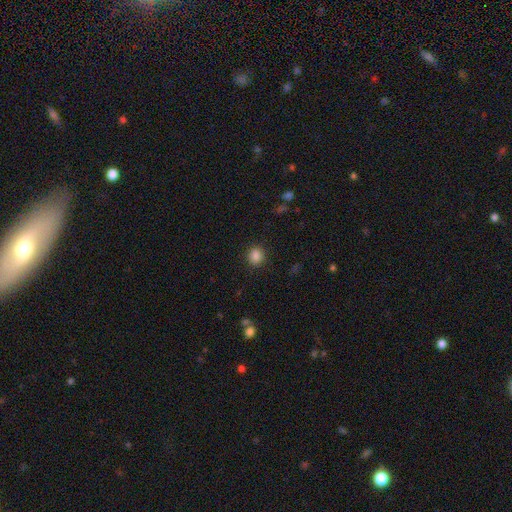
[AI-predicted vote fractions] smooth_or_featured: smooth (p=0.86) [alt: star or artifact p=0.11]
how_rounded: round (p=0.77) [alt: in between p=0.22]
merging: none (p=0.90) [alt: minor disturbance p=0.07]